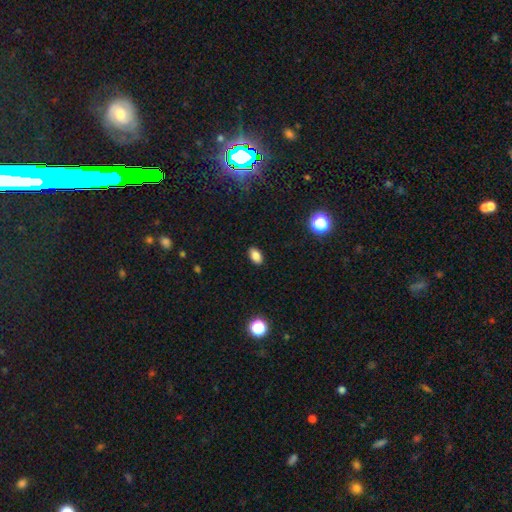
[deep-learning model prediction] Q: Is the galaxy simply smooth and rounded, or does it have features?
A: smooth — 83%.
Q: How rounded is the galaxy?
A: in between — 89%.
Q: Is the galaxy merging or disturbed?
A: none — 89%.